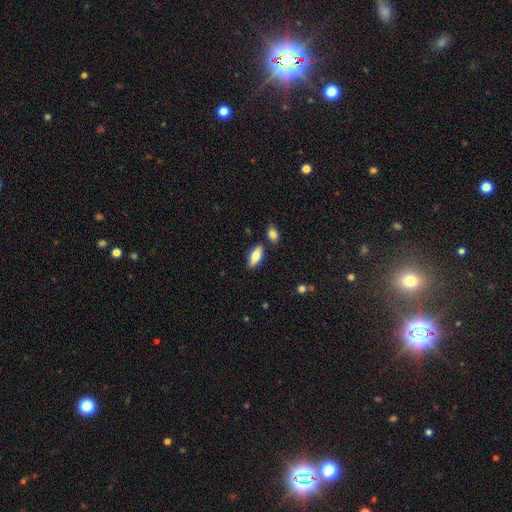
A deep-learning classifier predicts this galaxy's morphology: smooth_or_featured: smooth (p=0.75) [alt: featured or disk p=0.19]
how_rounded: in between (p=0.77) [alt: cigar-shaped p=0.20]
merging: none (p=0.82) [alt: minor disturbance p=0.10]